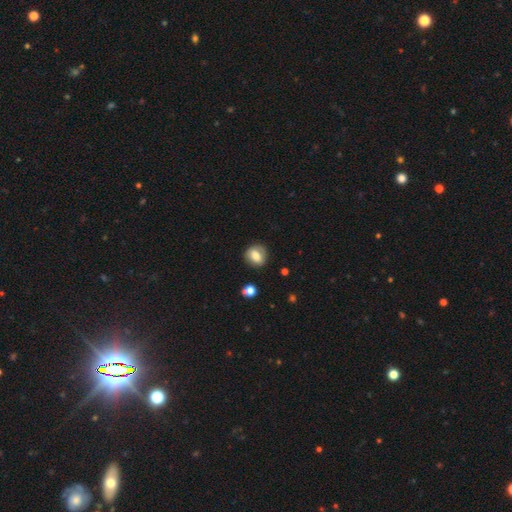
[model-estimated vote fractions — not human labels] smooth 69%, featured or disk 21%, star or artifact 9%. Down the decision tree: how rounded — round (63%); merging — none (80%).